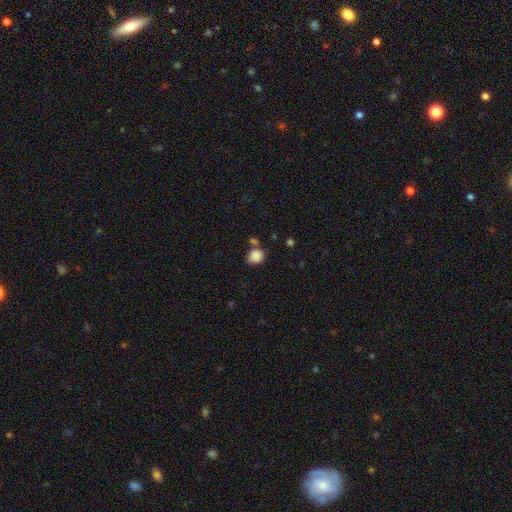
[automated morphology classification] smooth 87%, star or artifact 9%, featured or disk 4%. Down the decision tree: how rounded — round (69%); merging — none (66%).